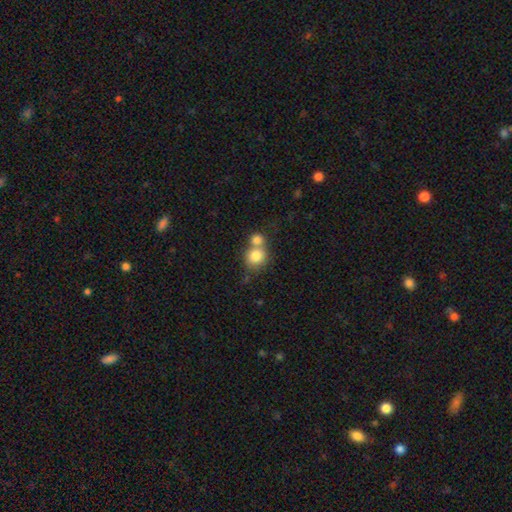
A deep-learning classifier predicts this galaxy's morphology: A smooth galaxy with no disk features (80%) that is round (82%).

Vote fractions:
- Smooth or featured? smooth: 80% / featured or disk: 11% / star or artifact: 9%
- How rounded? round: 82% / in between: 17% / cigar-shaped: 1%
- Merging? merger: 51% / none: 38% / minor disturbance: 7% / major disturbance: 3%